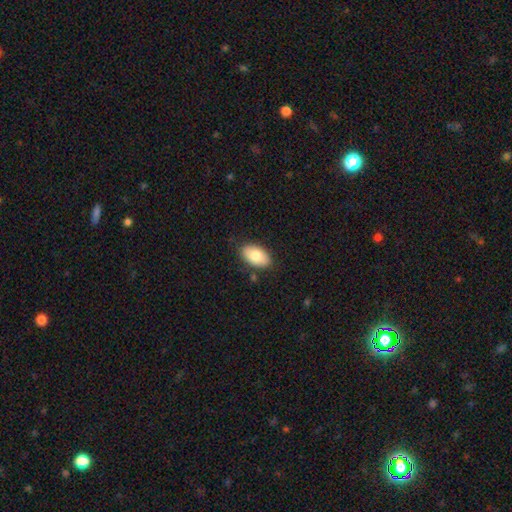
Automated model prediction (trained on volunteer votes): smooth_or_featured: smooth (p=0.81) [alt: featured or disk p=0.13]
how_rounded: in between (p=0.94) [alt: round p=0.05]
merging: none (p=0.84) [alt: minor disturbance p=0.12]